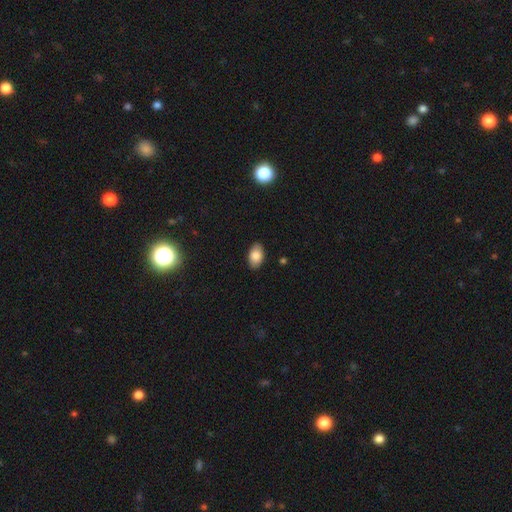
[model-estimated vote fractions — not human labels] Overall: smooth (84%). How rounded: in between (93%). Merging: none (87%).